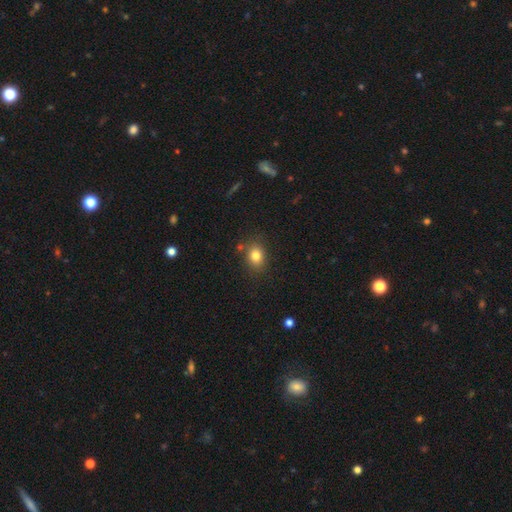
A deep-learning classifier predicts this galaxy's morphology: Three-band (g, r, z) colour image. It shows a smooth galaxy with no disk features (81%) that is in between round and cigar-shaped (50%). Merging: none (80%).